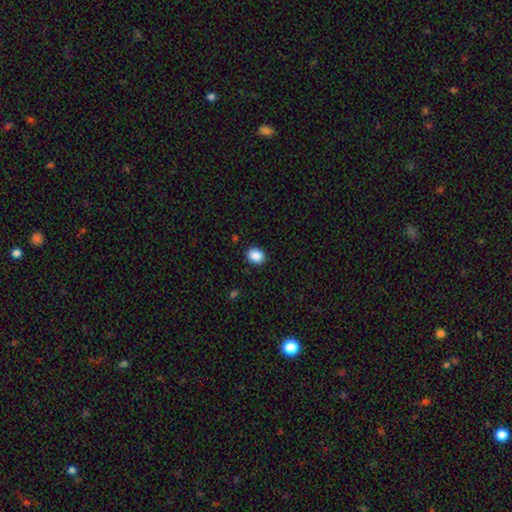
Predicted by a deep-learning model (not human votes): Overall: smooth (89%). How rounded: round (58%; in between 41%). Merging: none (90%).